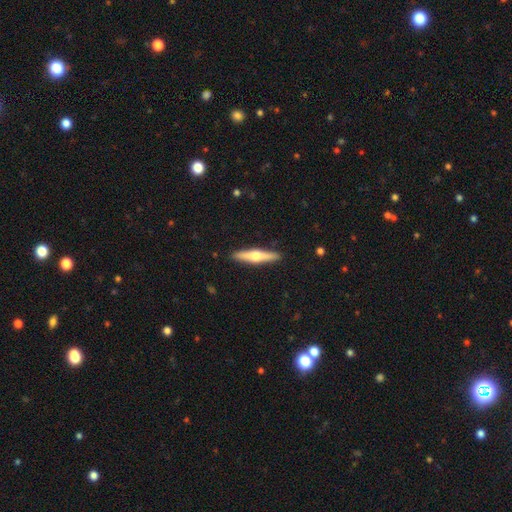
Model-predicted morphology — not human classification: smooth_or_featured: featured or disk (p=0.56) [alt: smooth p=0.39]
disk_edge_on: yes (p=0.96) [alt: no p=0.04]
edge_on_bulge: rounded (p=0.92) [alt: none p=0.04]
merging: none (p=0.91) [alt: minor disturbance p=0.07]